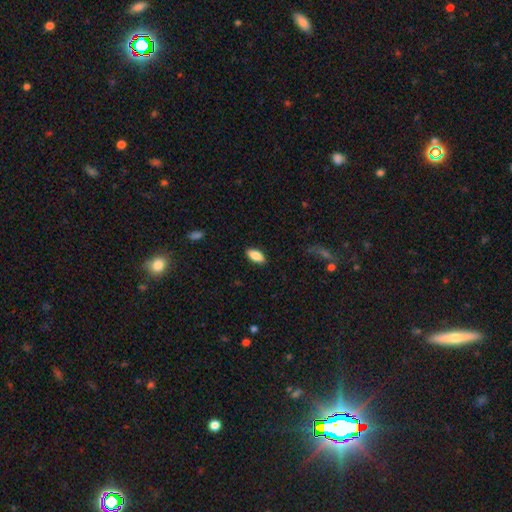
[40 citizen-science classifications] A smooth galaxy with no disk features (98%) that is in between round and cigar-shaped (95%). Merging: none (90%).